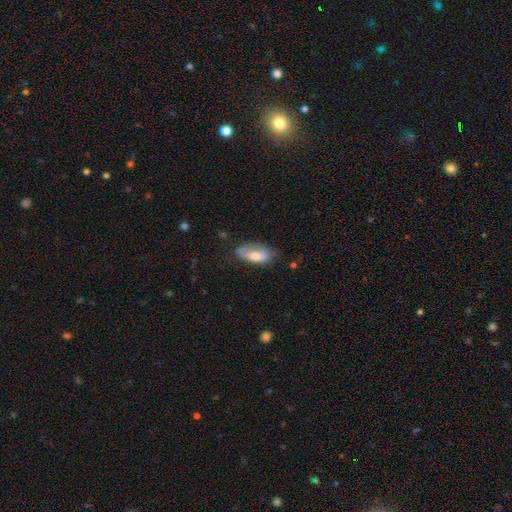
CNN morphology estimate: Q: Smooth or featured?
A: smooth (69%); runner-up: featured or disk (25%)
Q: How rounded?
A: in between (85%); runner-up: cigar-shaped (12%)
Q: Merging?
A: none (59%); runner-up: minor disturbance (29%)